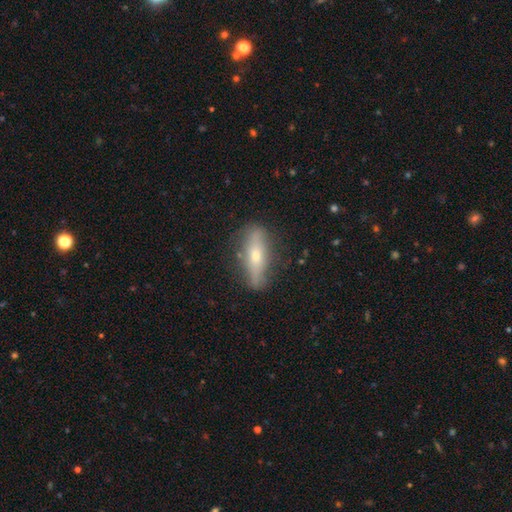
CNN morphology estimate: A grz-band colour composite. It shows a featured or disk galaxy (56%) viewed edge-on (78%). Merging: none (79%).